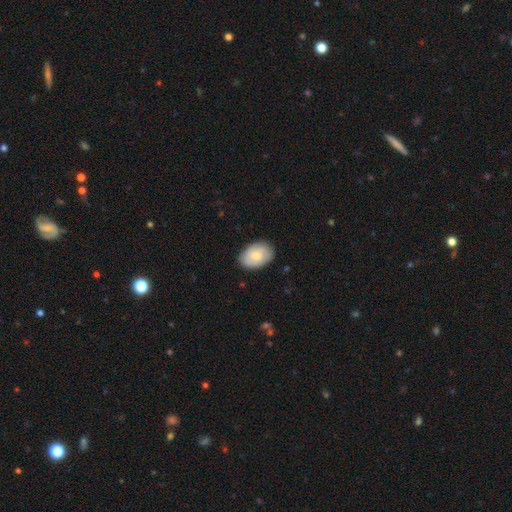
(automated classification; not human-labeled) Smooth or featured? smooth (77%)
How rounded? in between (88%)
Merging? none (83%)